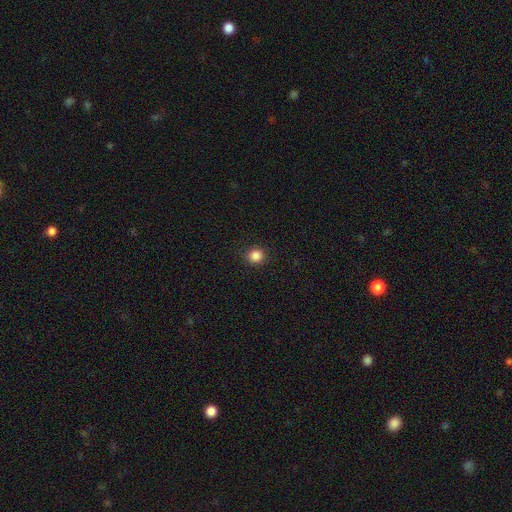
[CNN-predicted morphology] Smooth or featured: smooth — 85% (star or artifact — 11%)
How rounded: round — 92% (in between — 7%)
Merging: none — 91% (minor disturbance — 6%)